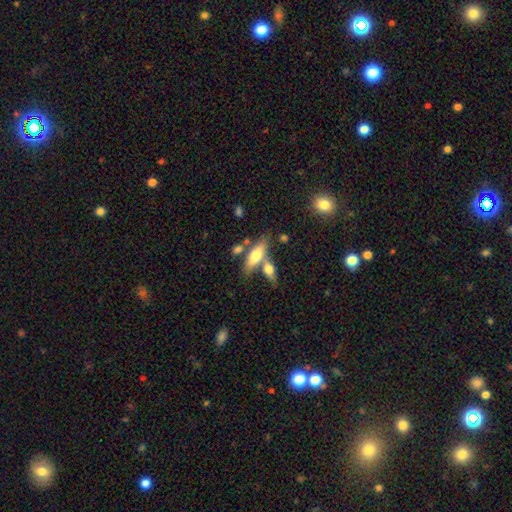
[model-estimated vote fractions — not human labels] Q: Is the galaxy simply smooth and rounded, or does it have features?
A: smooth — 62%.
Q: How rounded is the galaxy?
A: in between — 58%.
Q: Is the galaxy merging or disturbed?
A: none — 50%.